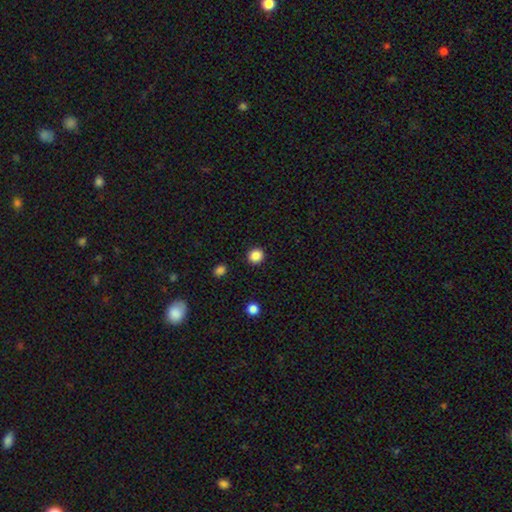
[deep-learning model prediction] Overall: smooth (87%). How rounded: round (91%). Merging: none (92%).